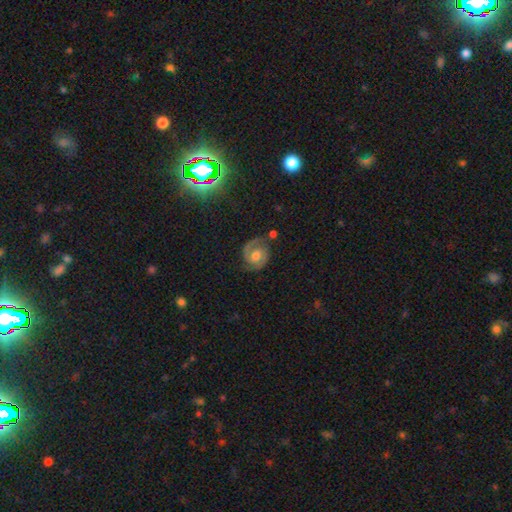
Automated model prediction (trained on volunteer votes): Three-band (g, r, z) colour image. It shows a featured or disk galaxy (81%) with no bar (56%), 2 (87%) tight (46%) spiral arms (95%) and a moderate central bulge (68%). Merging: none (73%).